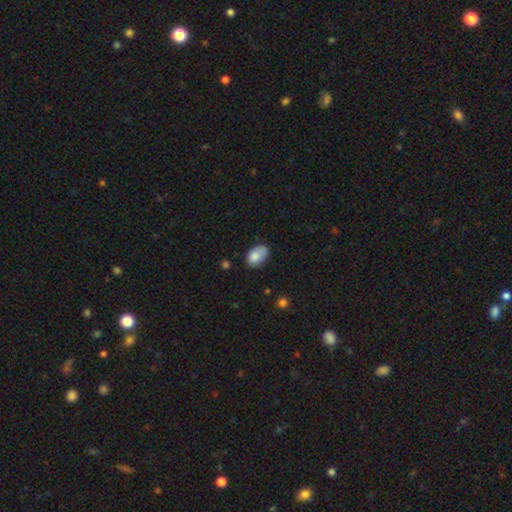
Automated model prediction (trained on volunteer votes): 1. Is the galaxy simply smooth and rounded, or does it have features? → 82% smooth, 10% featured or disk, 8% star or artifact.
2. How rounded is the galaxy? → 90% in between, 9% round, 1% cigar-shaped.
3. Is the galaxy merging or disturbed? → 57% none, 33% minor disturbance, 8% major disturbance, 3% merger.